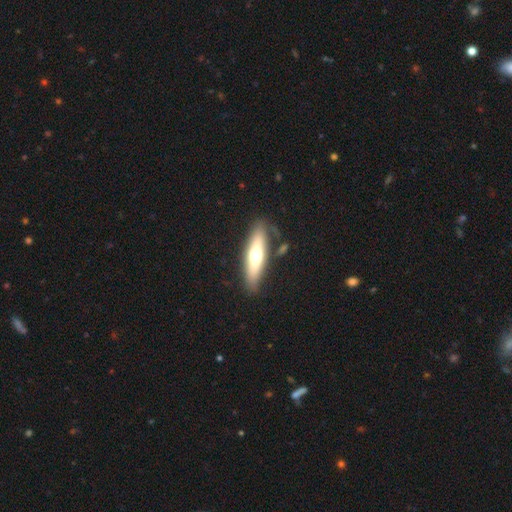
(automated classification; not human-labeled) This appears to be a smooth galaxy with no disk features (54%) that is cigar-shaped (69%). Merging: none (76%).